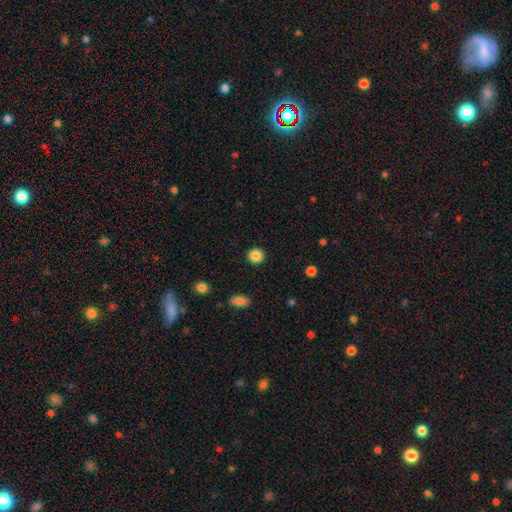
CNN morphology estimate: Smooth or featured: smooth — 87% (star or artifact — 9%)
How rounded: round — 91% (in between — 8%)
Merging: none — 92% (minor disturbance — 5%)